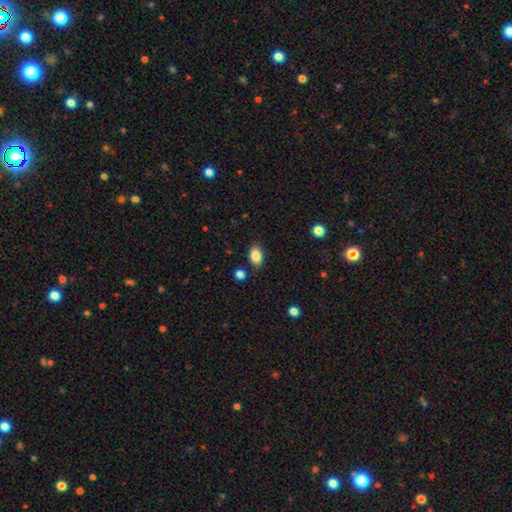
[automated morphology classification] Overall: smooth (86%). How rounded: in between (86%). Merging: none (84%).